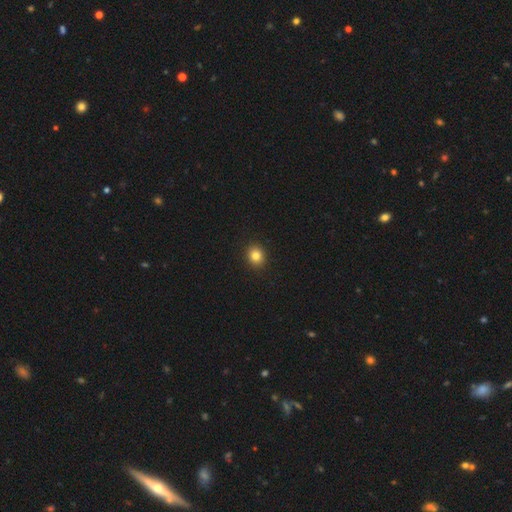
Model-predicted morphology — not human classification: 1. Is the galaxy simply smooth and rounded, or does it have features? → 84% smooth, 11% star or artifact, 5% featured or disk.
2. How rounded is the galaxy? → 73% round, 26% in between, 1% cigar-shaped.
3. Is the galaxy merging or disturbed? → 92% none, 5% minor disturbance, 2% major disturbance, 1% merger.